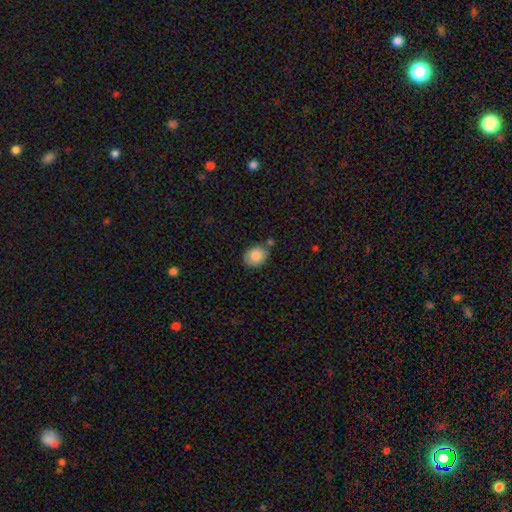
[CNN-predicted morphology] Smooth or featured?
  - smooth: 86% *
  - star or artifact: 7%
  - featured or disk: 7%
How rounded?
  - in between: 57% *
  - round: 42%
  - cigar-shaped: 1%
Merging?
  - none: 72% *
  - minor disturbance: 16%
  - merger: 8%
  - major disturbance: 3%